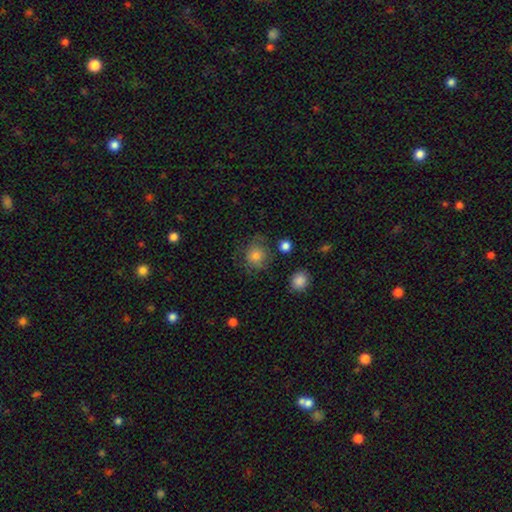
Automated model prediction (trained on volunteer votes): A smooth galaxy with no disk features (76%) that is round (81%). Merging: none (63%).